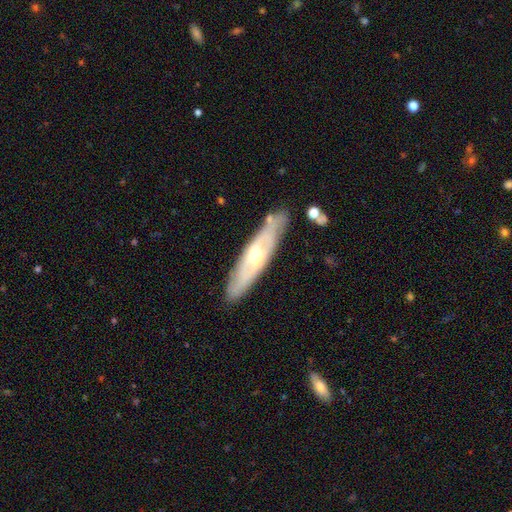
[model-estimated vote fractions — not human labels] Smooth or featured?
  - featured or disk: 68% *
  - smooth: 26%
  - star or artifact: 6%
Edge-on disk?
  - no: 55% *
  - yes: 45%
Merging?
  - none: 81% *
  - minor disturbance: 14%
  - major disturbance: 3%
  - merger: 3%